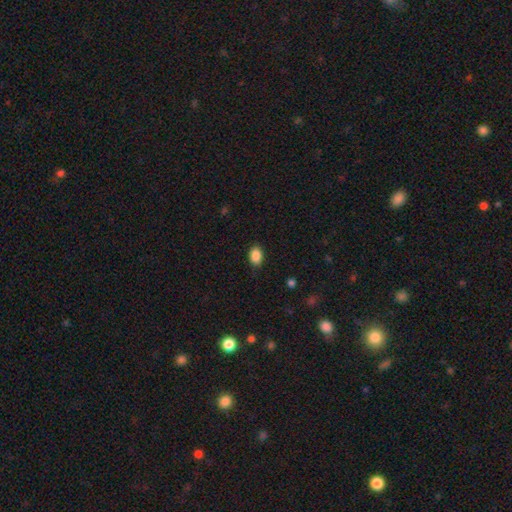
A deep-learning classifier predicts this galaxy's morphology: This is clearly a smooth galaxy (88%). How rounded: clearly in between (86%). Merging: clearly none (85%).